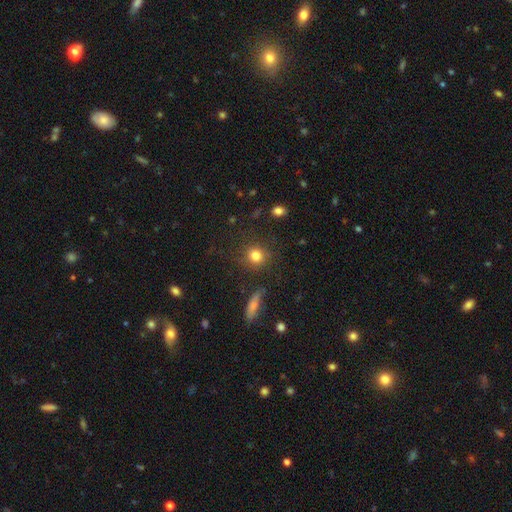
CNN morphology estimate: smooth_or_featured: smooth (p=0.81) [alt: star or artifact p=0.11]
how_rounded: round (p=0.87) [alt: in between p=0.11]
merging: none (p=0.83) [alt: minor disturbance p=0.10]